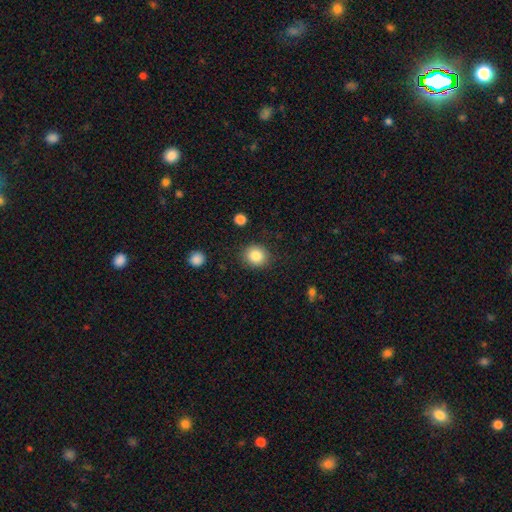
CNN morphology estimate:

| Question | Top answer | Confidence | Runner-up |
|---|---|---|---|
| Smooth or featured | smooth | 85% | star or artifact (9%) |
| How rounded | round | 83% | in between (16%) |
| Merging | none | 87% | minor disturbance (8%) |